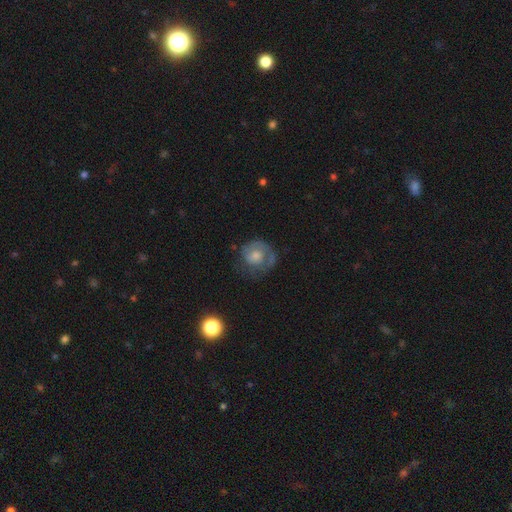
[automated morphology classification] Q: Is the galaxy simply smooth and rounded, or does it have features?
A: featured or disk — 48%.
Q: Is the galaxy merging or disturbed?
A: none — 50%.